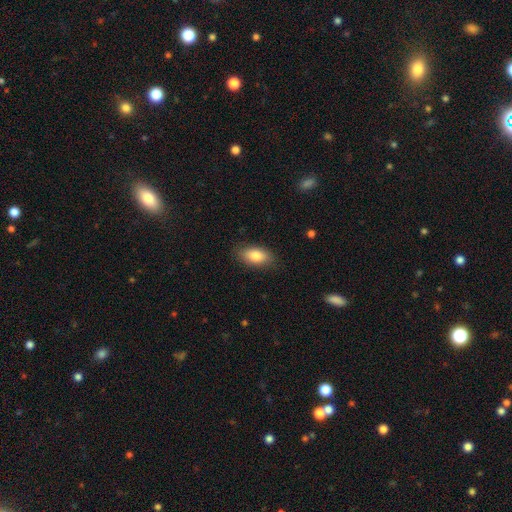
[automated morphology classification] Smooth or featured? Predicted: smooth (p=0.82). How rounded? Predicted: in between (p=0.90). Merging? Predicted: none (p=0.85).